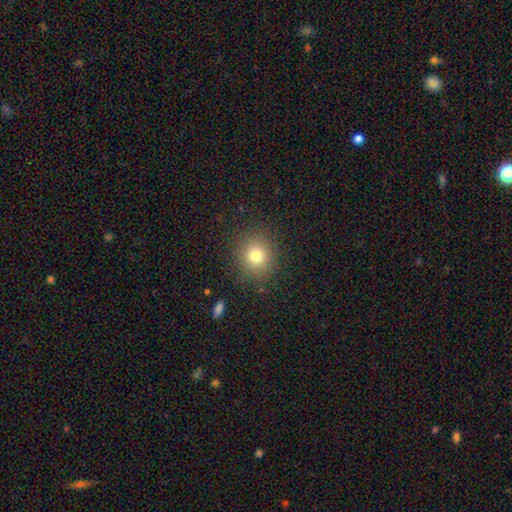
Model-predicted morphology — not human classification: Smooth or featured?
  - smooth: 77% *
  - star or artifact: 14%
  - featured or disk: 9%
How rounded?
  - round: 85% *
  - in between: 14%
  - cigar-shaped: 1%
Merging?
  - none: 87% *
  - minor disturbance: 8%
  - major disturbance: 3%
  - merger: 1%